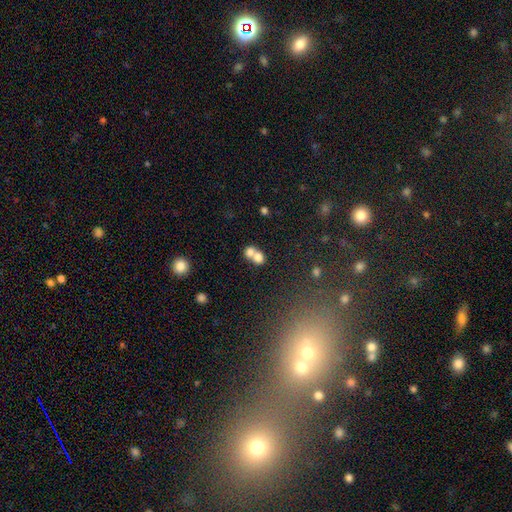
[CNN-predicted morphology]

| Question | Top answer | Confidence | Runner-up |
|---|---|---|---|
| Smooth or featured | smooth | 73% | featured or disk (16%) |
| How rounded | round | 66% | in between (33%) |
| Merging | merger | 67% | none (25%) |